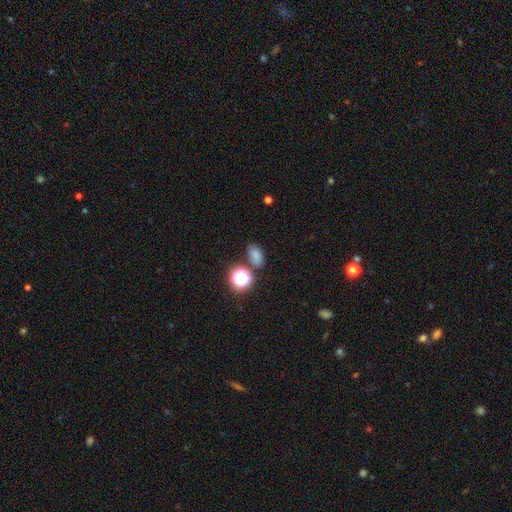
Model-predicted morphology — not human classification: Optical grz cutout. It shows a smooth galaxy with no disk features (75%) that is in between round and cigar-shaped (79%). Merging: none (73%).